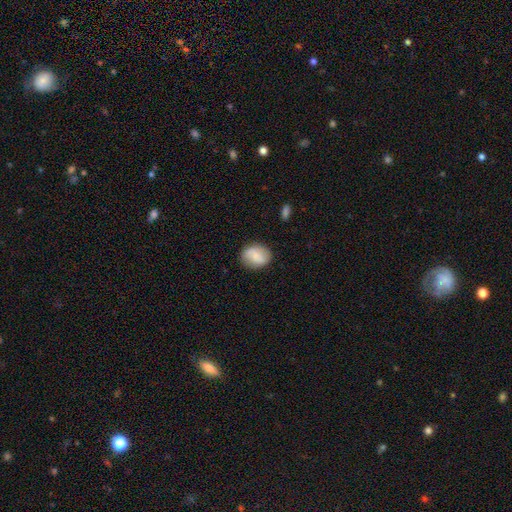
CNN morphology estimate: smooth-or-featured: smooth: 71% | featured or disk: 22% | star or artifact: 7%
  how-rounded: in between: 50% | round: 48% | cigar-shaped: 1%
  merging: none: 80% | minor disturbance: 15% | major disturbance: 4% | merger: 1%